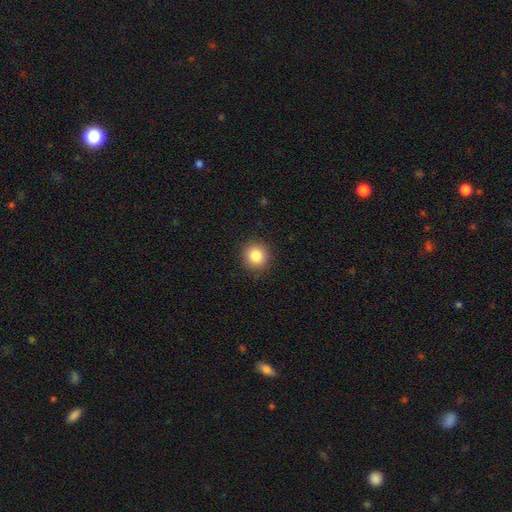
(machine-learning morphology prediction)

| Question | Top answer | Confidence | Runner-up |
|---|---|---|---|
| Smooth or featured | smooth | 84% | star or artifact (11%) |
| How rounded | round | 90% | in between (9%) |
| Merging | none | 90% | minor disturbance (7%) |